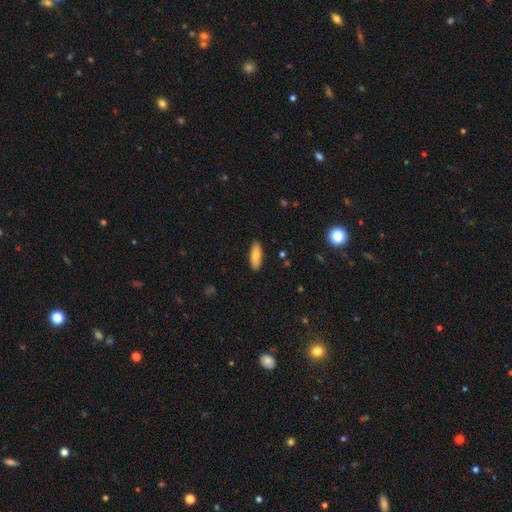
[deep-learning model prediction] A smooth galaxy with no disk features (82%) that is in between round and cigar-shaped (68%). Merging: none (88%).